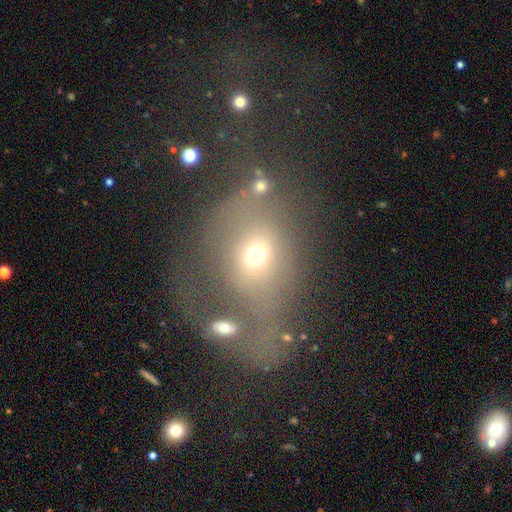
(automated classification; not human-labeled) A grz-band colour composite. It shows a smooth galaxy with no disk features (58%) that is in between round and cigar-shaped (48%, tied with round). Merging: none (34%).